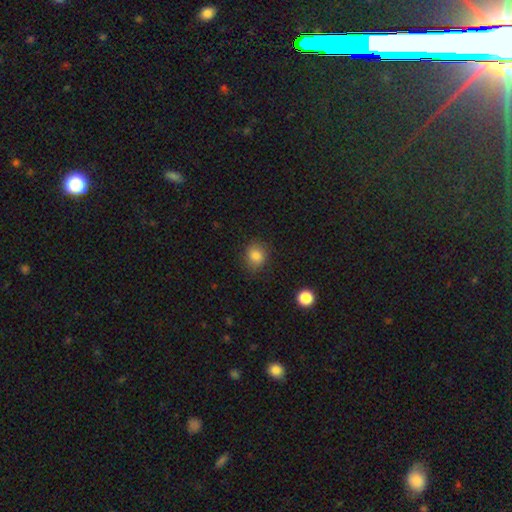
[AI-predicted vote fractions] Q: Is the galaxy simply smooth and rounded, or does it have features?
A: smooth — 83%.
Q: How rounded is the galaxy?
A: round — 69%.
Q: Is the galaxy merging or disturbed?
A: none — 81%.